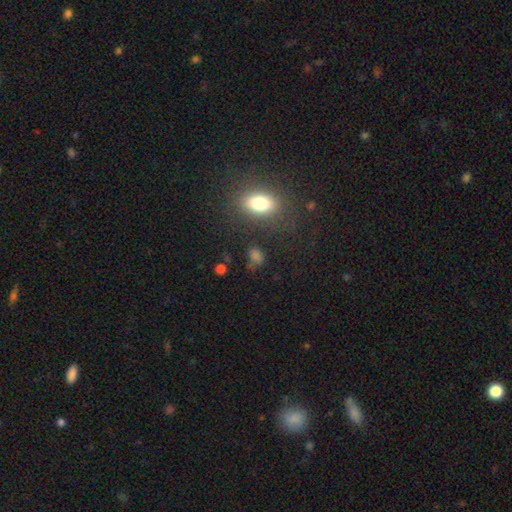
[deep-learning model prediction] Q: Smooth or featured?
A: smooth (68%); runner-up: star or artifact (22%)
Q: How rounded?
A: in between (66%); runner-up: round (28%)
Q: Merging?
A: none (71%); runner-up: minor disturbance (15%)